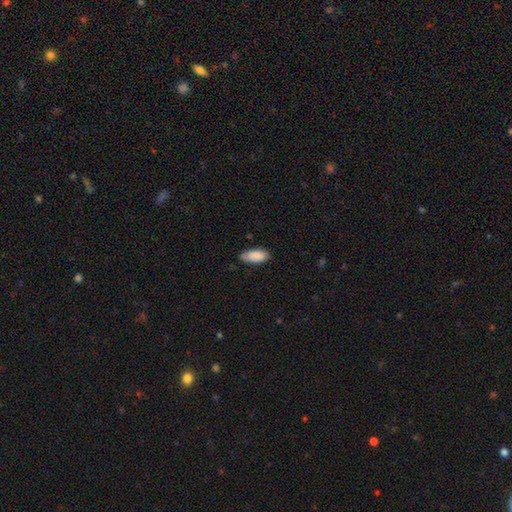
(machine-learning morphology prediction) type=smooth (87%); roundness=in between (90%); merging=none (71%).